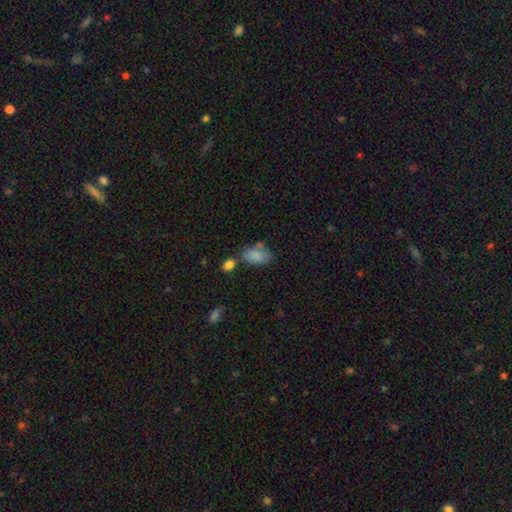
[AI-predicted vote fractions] The model was most divided on "merging": none: 55%, minor disturbance: 21%, merger: 18%, major disturbance: 7%. More confident: how rounded — in between (92%); smooth or featured — smooth (85%).